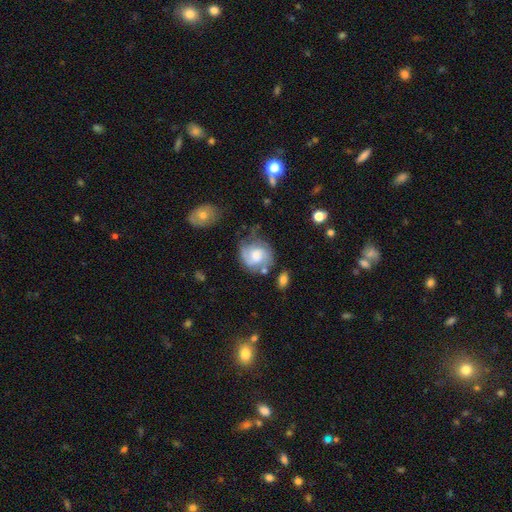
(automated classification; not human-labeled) Smooth or featured? featured or disk (63%)
Edge-on disk? no (97%)
Bar? no (57%)
Spiral arms? yes (88%)
Spiral winding? medium (43%)
Spiral arm count? 2 (58%)
Bulge size? moderate (49%)
Merging? none (56%)